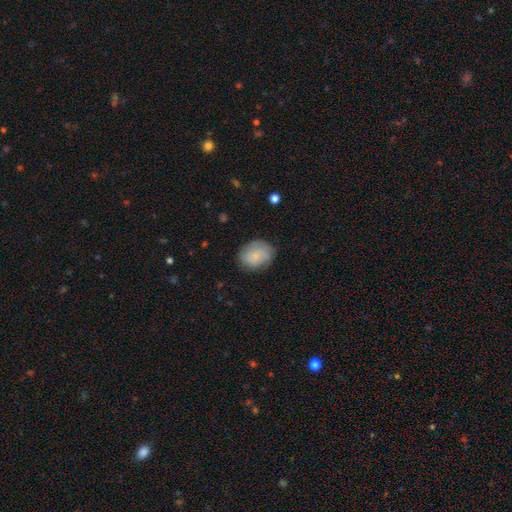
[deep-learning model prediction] Smooth or featured: smooth — 80% (featured or disk — 13%)
How rounded: in between — 55% (round — 44%)
Merging: none — 77% (minor disturbance — 18%)